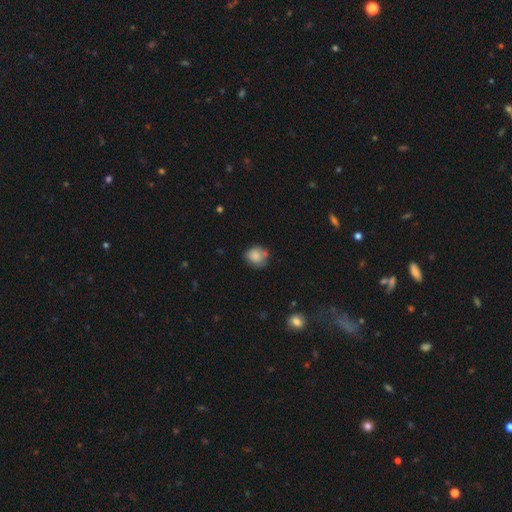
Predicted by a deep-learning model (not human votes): This is likely a smooth galaxy (79%). How rounded: likely round (69%). Merging: possibly none (60%).